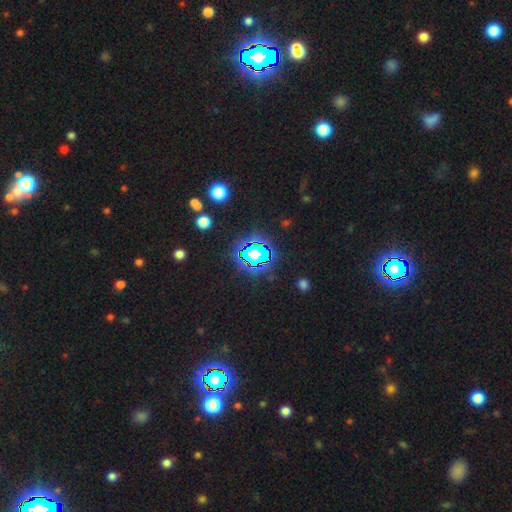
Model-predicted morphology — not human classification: smooth-or-featured: star or artifact: 56% | smooth: 32% | featured or disk: 12%